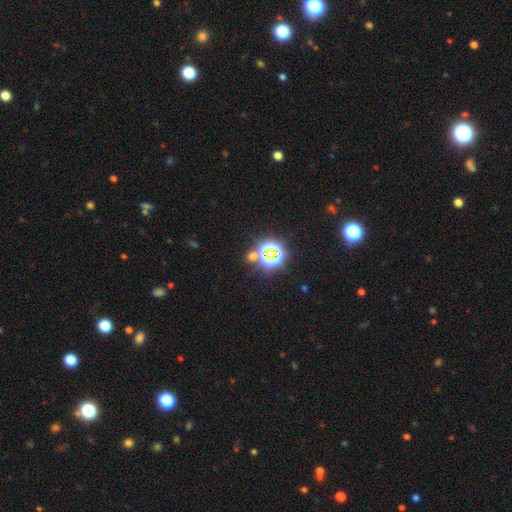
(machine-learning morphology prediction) smooth-or-featured: star or artifact: 74% | smooth: 17% | featured or disk: 9%